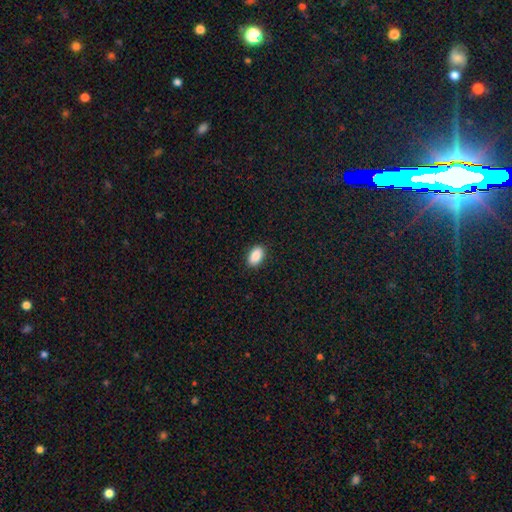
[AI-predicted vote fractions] smooth_or_featured: smooth (p=0.88) [alt: star or artifact p=0.07]
how_rounded: in between (p=0.91) [alt: round p=0.07]
merging: none (p=0.90) [alt: minor disturbance p=0.07]